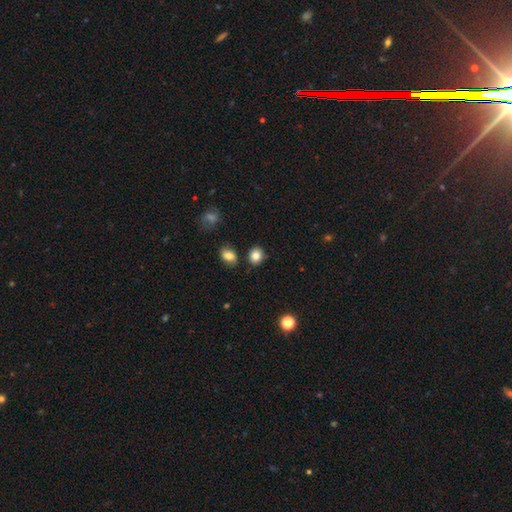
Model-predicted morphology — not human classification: Q: Smooth or featured?
A: smooth (84%); runner-up: star or artifact (10%)
Q: How rounded?
A: round (69%); runner-up: in between (30%)
Q: Merging?
A: none (83%); runner-up: minor disturbance (10%)